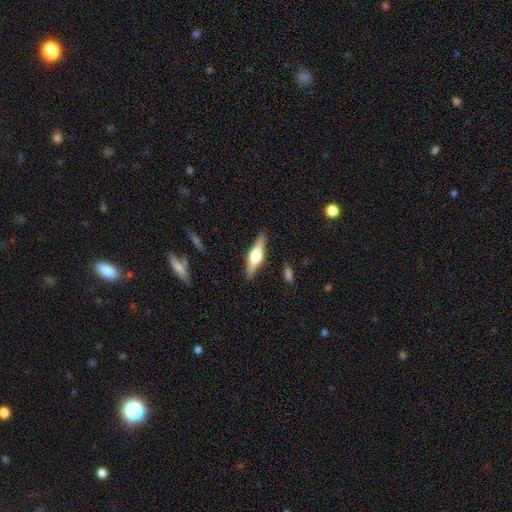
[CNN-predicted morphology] smooth-or-featured: featured or disk: 63% | smooth: 31% | star or artifact: 6%
  disk-edge-on: yes: 96% | no: 4%
    edge-on-bulge: rounded: 92% | boxy: 6% | none: 2%
  merging: none: 89% | minor disturbance: 8% | major disturbance: 2% | merger: 1%